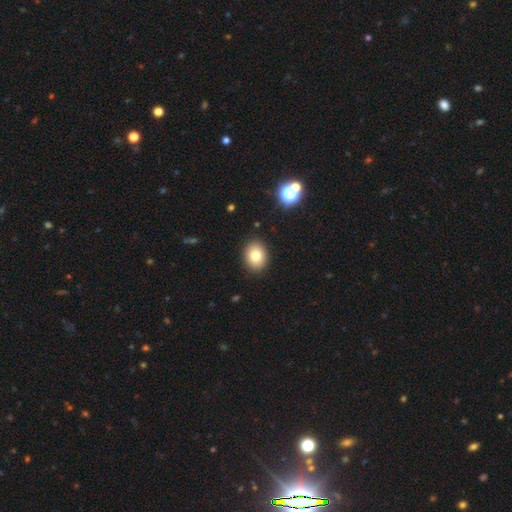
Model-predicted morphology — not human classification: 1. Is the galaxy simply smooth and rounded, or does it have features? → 80% smooth, 10% star or artifact, 10% featured or disk.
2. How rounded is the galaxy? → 57% in between, 43% round, 1% cigar-shaped.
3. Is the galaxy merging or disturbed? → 89% none, 7% minor disturbance, 2% major disturbance, 1% merger.